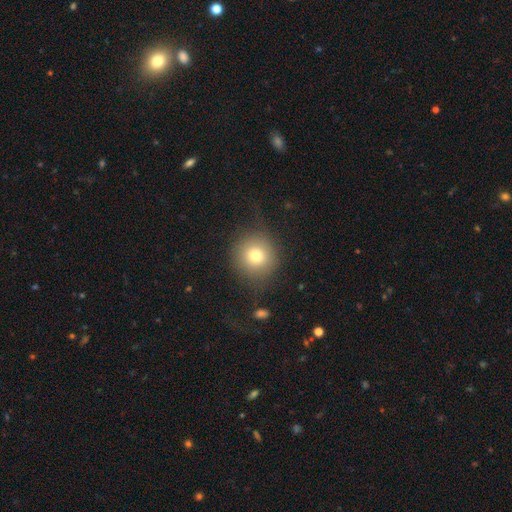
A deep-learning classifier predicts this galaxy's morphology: The model was most divided on "merging": none: 71%, minor disturbance: 15%, major disturbance: 12%, merger: 2%. More confident: how rounded — round (91%); smooth or featured — smooth (73%).